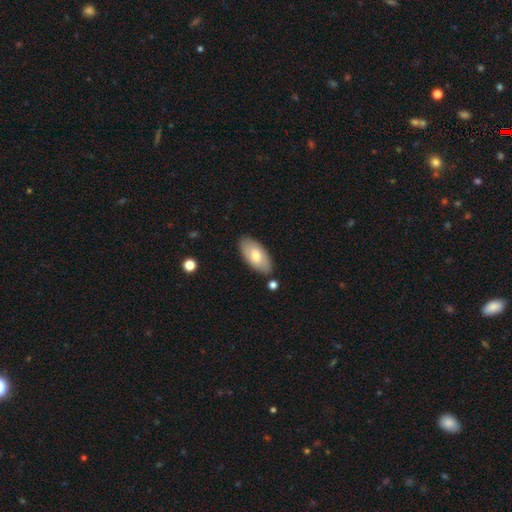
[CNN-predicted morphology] smooth-or-featured: smooth: 68% | featured or disk: 26% | star or artifact: 5%
  how-rounded: in between: 93% | cigar-shaped: 4% | round: 2%
  merging: none: 84% | minor disturbance: 11% | merger: 3% | major disturbance: 2%